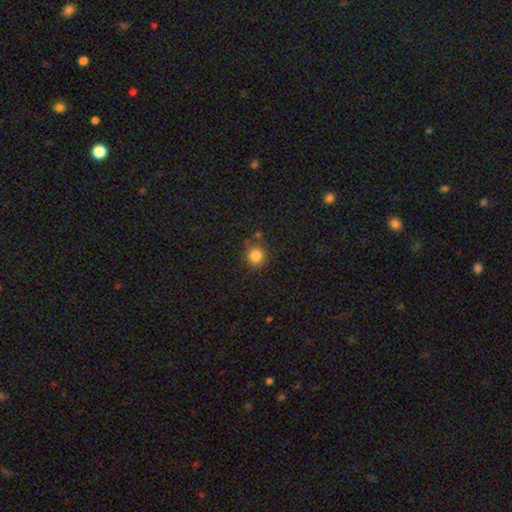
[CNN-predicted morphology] smooth_or_featured: smooth (p=0.83) [alt: star or artifact p=0.12]
how_rounded: round (p=0.90) [alt: in between p=0.09]
merging: none (p=0.79) [alt: minor disturbance p=0.13]